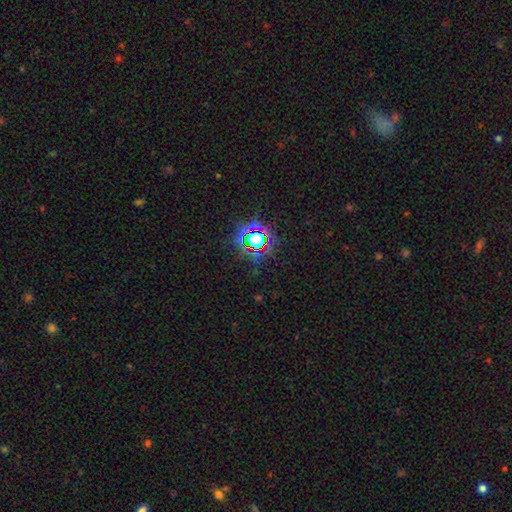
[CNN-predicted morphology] type=star or artifact (78%).